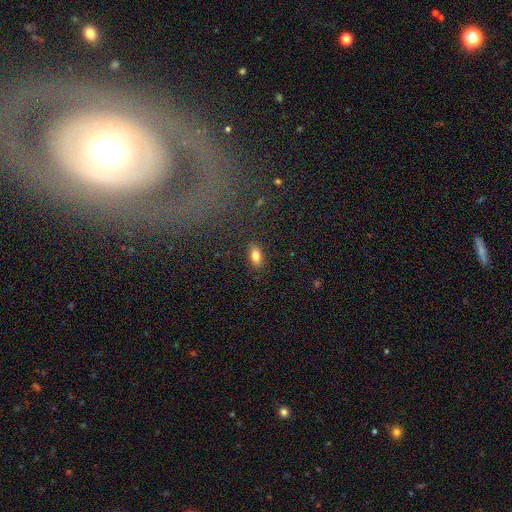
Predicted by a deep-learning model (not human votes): Morphology: type=smooth (80%); roundness=in between (88%); merging=none (87%).